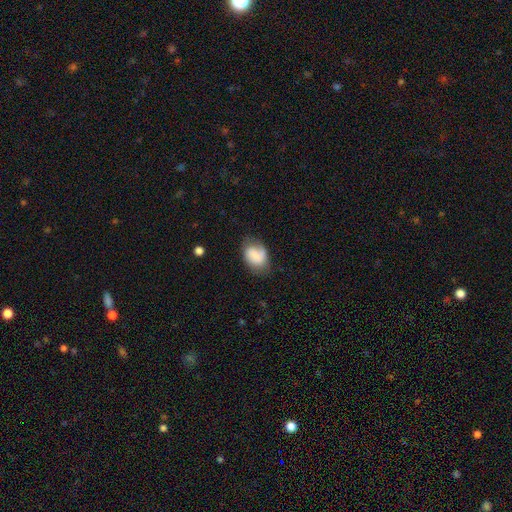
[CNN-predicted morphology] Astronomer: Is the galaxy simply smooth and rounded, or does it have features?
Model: smooth — 70%.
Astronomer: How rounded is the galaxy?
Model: in between — 81%.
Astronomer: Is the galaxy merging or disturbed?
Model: none — 55%.